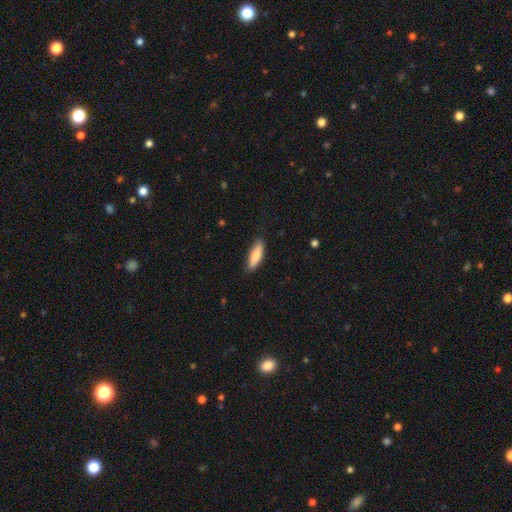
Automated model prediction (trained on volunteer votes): The model was most divided on "how rounded": cigar-shaped: 50%, in between: 49%, round: 2%. More confident: merging — none (83%); smooth or featured — smooth (79%).